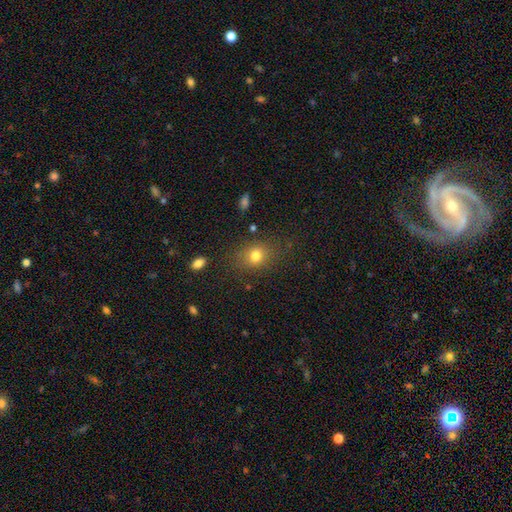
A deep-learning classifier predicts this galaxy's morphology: This appears to be a smooth galaxy with no disk features (77%) that is round (55%). Merging: none (79%).